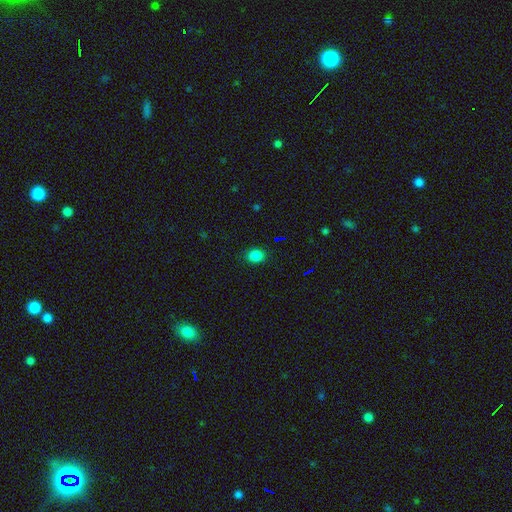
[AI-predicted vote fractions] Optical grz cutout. It shows a smooth galaxy with no disk features (83%) that is round (59%). Merging: none (88%).